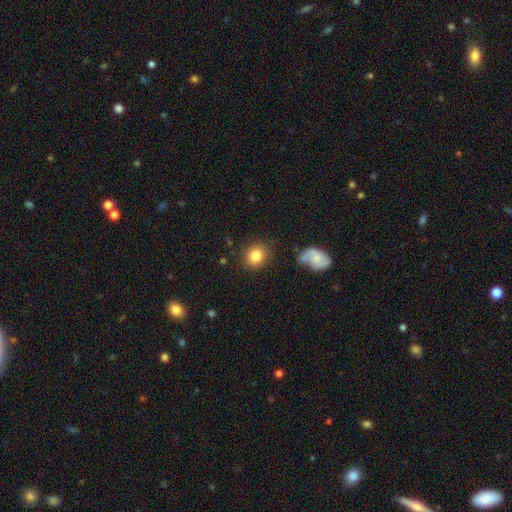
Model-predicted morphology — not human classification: smooth-or-featured: smooth: 82% | featured or disk: 9% | star or artifact: 9%
  how-rounded: round: 79% | in between: 20% | cigar-shaped: 1%
  merging: none: 83% | minor disturbance: 10% | merger: 3% | major disturbance: 3%